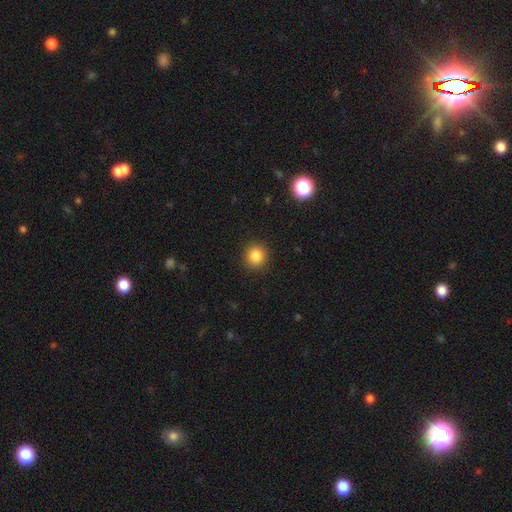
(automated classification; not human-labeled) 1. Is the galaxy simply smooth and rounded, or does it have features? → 85% smooth, 11% star or artifact, 4% featured or disk.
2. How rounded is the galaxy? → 92% round, 7% in between, 1% cigar-shaped.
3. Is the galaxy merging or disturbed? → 91% none, 5% minor disturbance, 2% major disturbance, 1% merger.